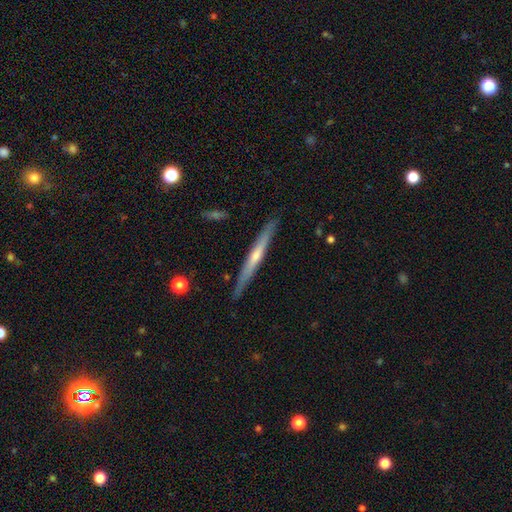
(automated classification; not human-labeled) Q: Smooth or featured?
A: featured or disk (60%); runner-up: smooth (34%)
Q: Edge-on disk?
A: yes (96%); runner-up: no (4%)
Q: Edge-on bulge?
A: rounded (48%); runner-up: none (46%)
Q: Merging?
A: none (88%); runner-up: minor disturbance (9%)